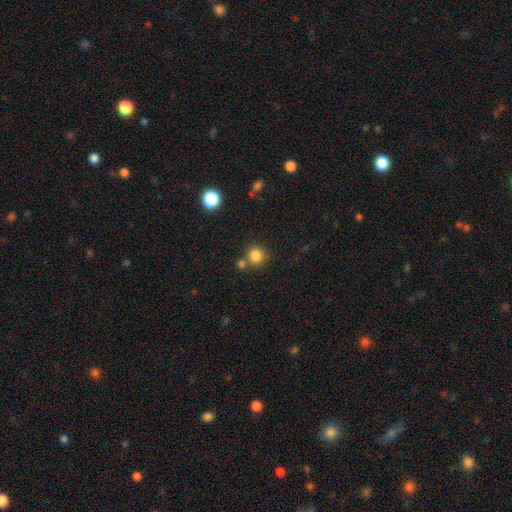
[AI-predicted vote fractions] Smooth or featured?
  - smooth: 83% *
  - star or artifact: 12%
  - featured or disk: 6%
How rounded?
  - round: 90% *
  - in between: 9%
  - cigar-shaped: 1%
Merging?
  - none: 67% *
  - merger: 21%
  - minor disturbance: 9%
  - major disturbance: 3%